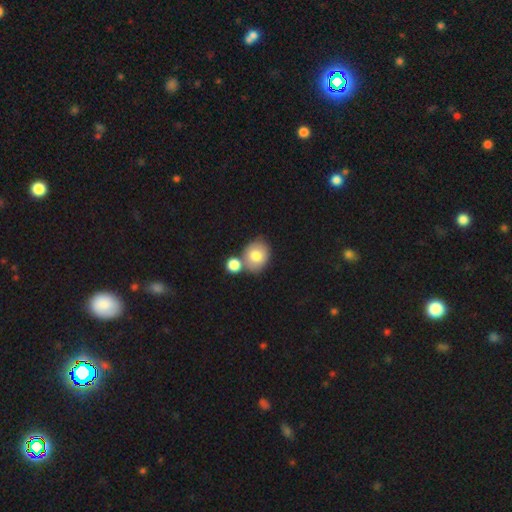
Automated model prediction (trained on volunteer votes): The model was most divided on "merging": none: 50%, merger: 34%, minor disturbance: 12%, major disturbance: 4%. More confident: smooth or featured — smooth (78%); how rounded — round (60%).